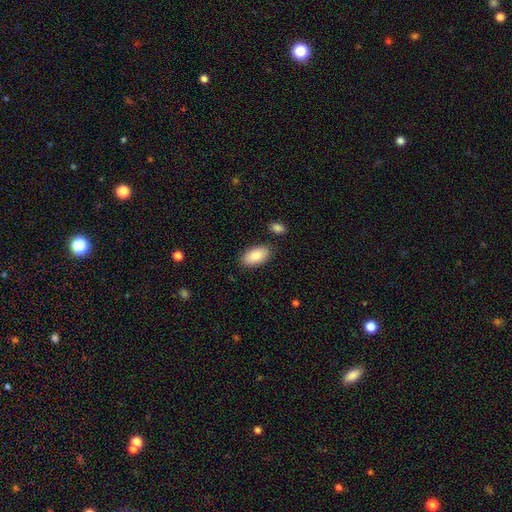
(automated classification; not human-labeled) Smooth or featured? Predicted: smooth (p=0.88). How rounded? Predicted: in between (p=0.95). Merging? Predicted: none (p=0.85).